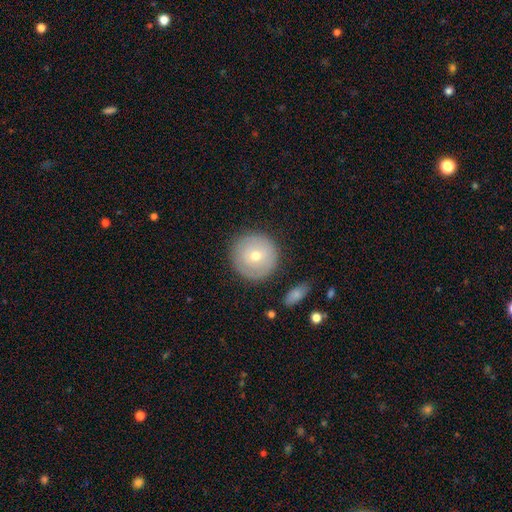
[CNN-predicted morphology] type=smooth (64%); roundness=round (95%); merging=none (86%).